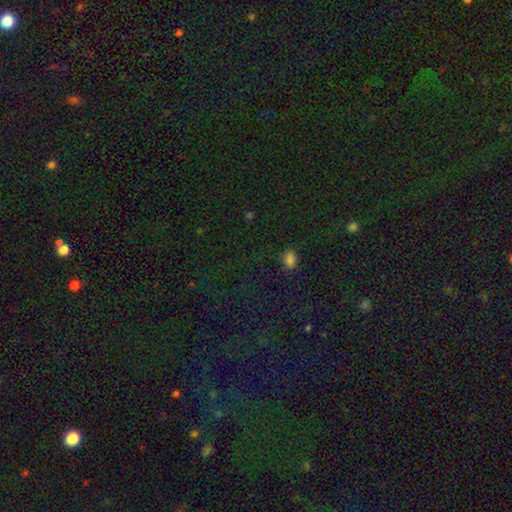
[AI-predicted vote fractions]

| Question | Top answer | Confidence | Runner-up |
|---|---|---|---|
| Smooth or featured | star or artifact | 70% | smooth (22%) |